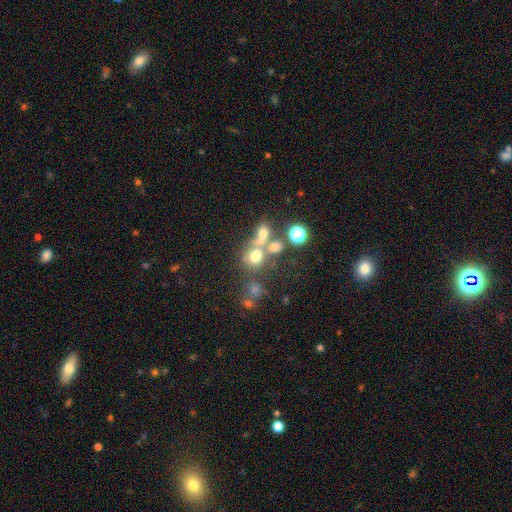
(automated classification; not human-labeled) Morphology: type=smooth (59%); roundness=round (69%); merging=merger (42%).